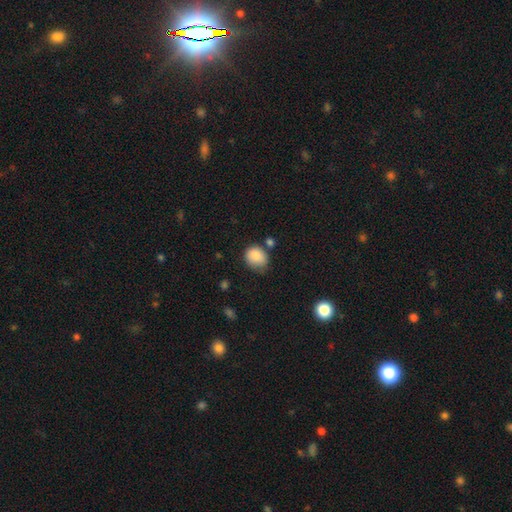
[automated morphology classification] This is clearly a smooth galaxy (85%). How rounded: likely round (60%). Merging: possibly none (57%).